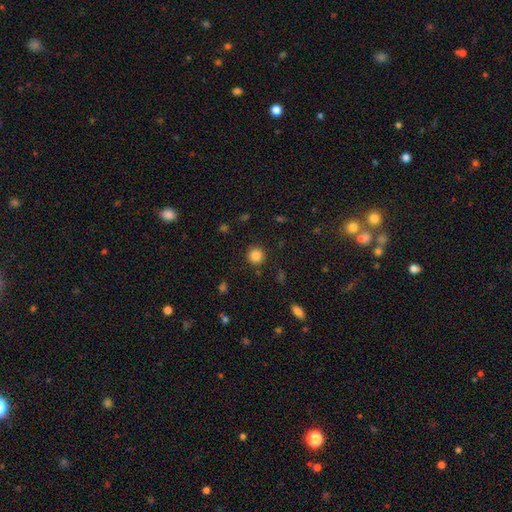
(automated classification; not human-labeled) Morphology: type=smooth (85%); roundness=round (94%); merging=none (89%).